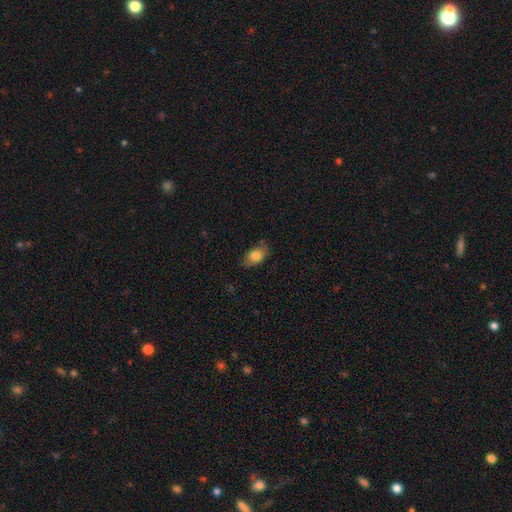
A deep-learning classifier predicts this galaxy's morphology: Smooth or featured? Predicted: smooth (p=0.80). How rounded? Predicted: in between (p=0.86). Merging? Predicted: none (p=0.72).